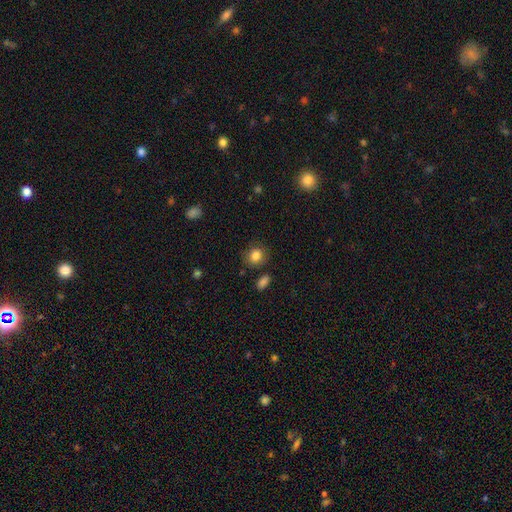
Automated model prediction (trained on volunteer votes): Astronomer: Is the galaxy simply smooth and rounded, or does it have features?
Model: smooth — 84%.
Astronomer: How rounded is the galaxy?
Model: round — 78%.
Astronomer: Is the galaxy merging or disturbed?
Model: none — 82%.